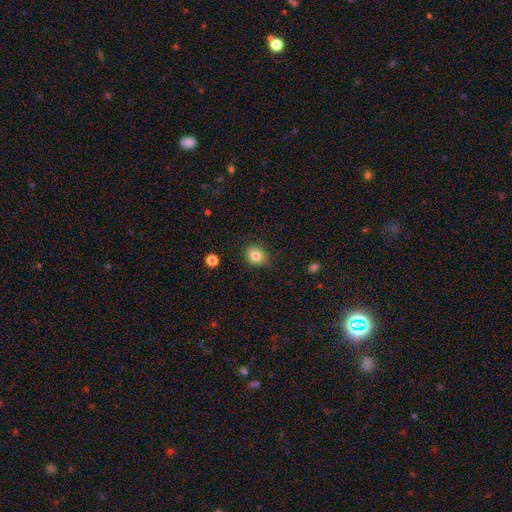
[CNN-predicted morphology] This appears to be a smooth galaxy with no disk features (81%) that is round (77%). Merging: none (81%).